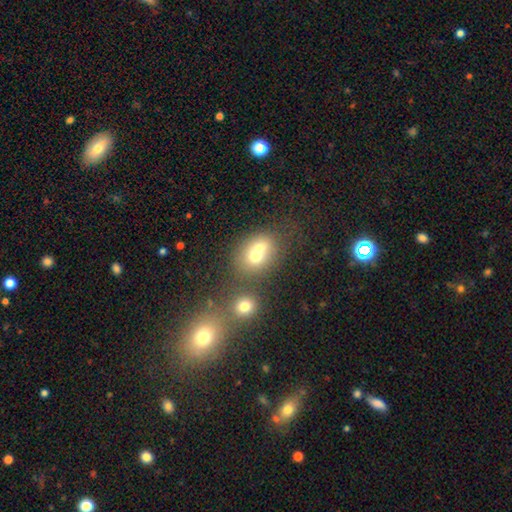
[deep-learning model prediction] Morphology: type=smooth (65%); roundness=round (58%); merging=merger (54%).